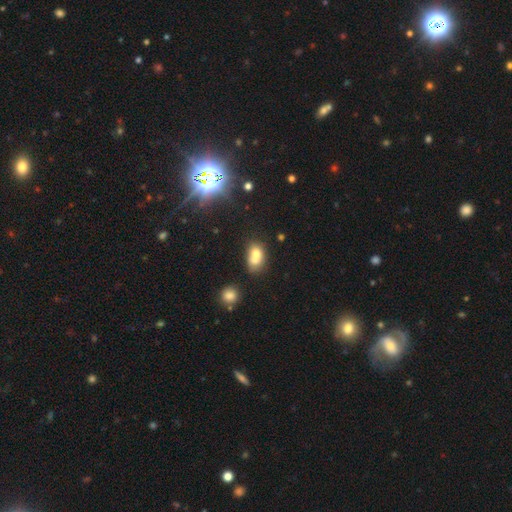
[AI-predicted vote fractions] This is likely a smooth galaxy (69%). How rounded: likely in between (64%). Merging: possibly merger (57%).